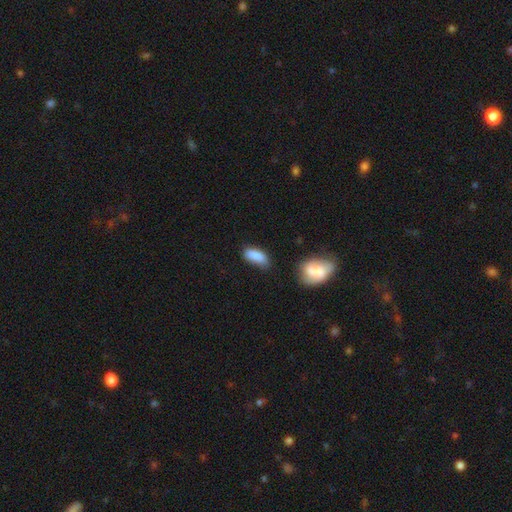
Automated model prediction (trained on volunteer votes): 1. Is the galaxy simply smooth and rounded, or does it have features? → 86% smooth, 7% star or artifact, 7% featured or disk.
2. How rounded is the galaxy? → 80% in between, 17% cigar-shaped, 3% round.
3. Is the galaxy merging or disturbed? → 59% none, 30% minor disturbance, 6% major disturbance, 5% merger.